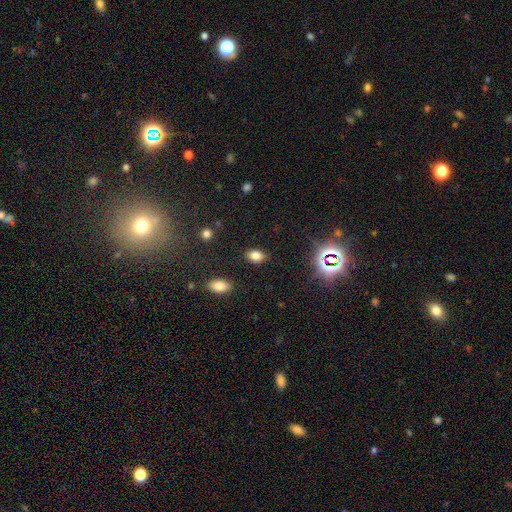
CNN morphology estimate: Smooth or featured? Predicted: smooth (p=0.79). How rounded? Predicted: in between (p=0.84). Merging? Predicted: none (p=0.86).